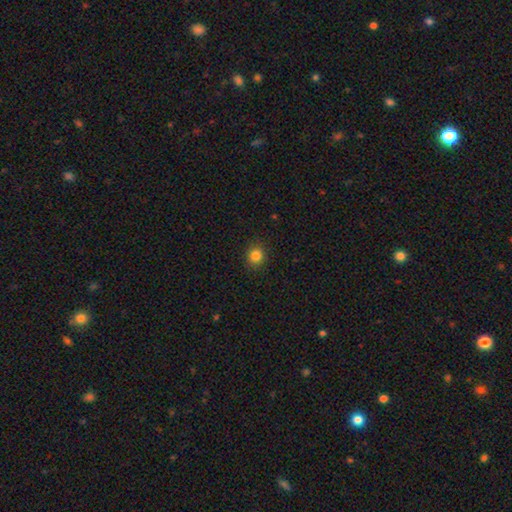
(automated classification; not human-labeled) Overall: smooth (82%). How rounded: round (82%). Merging: none (90%).